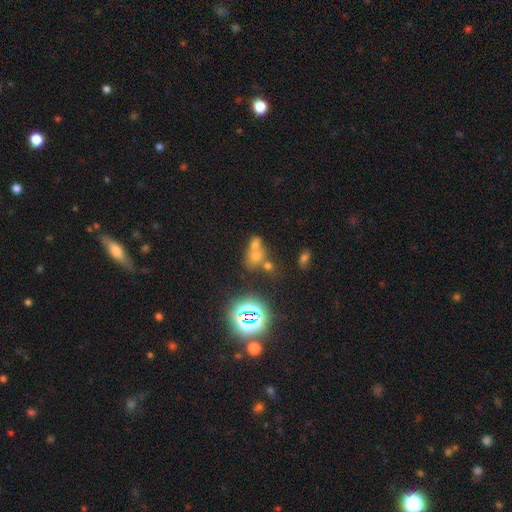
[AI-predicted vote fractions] Smooth or featured? Predicted: smooth (p=0.52). How rounded? Predicted: round (p=0.57). Merging? Predicted: merger (p=0.57).